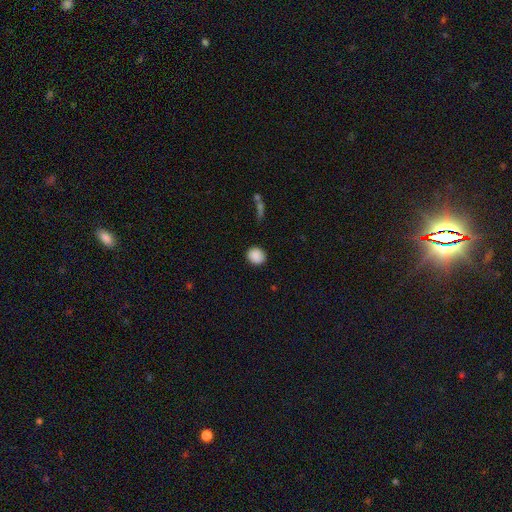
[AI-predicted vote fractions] This appears to be a smooth galaxy with no disk features (89%) that is round (85%). Merging: none (88%).